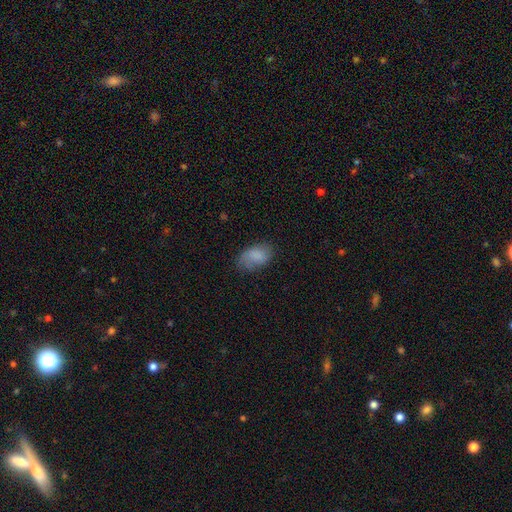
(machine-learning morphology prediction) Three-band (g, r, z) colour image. It shows a smooth galaxy with no disk features (79%) that is in between round and cigar-shaped (91%). Merging: none (62%).